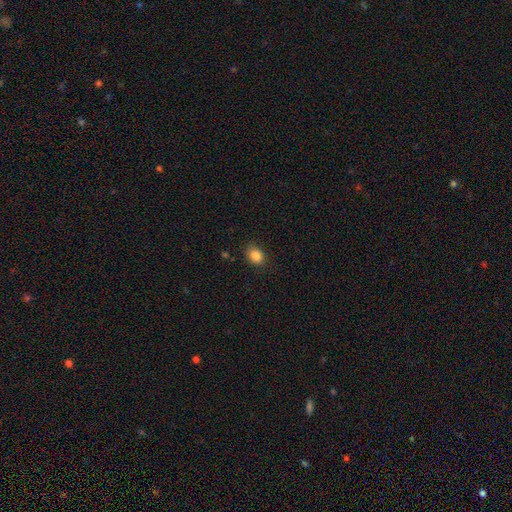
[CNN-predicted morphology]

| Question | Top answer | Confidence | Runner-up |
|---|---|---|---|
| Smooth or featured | smooth | 86% | star or artifact (10%) |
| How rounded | in between | 63% | round (36%) |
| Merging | none | 84% | minor disturbance (12%) |